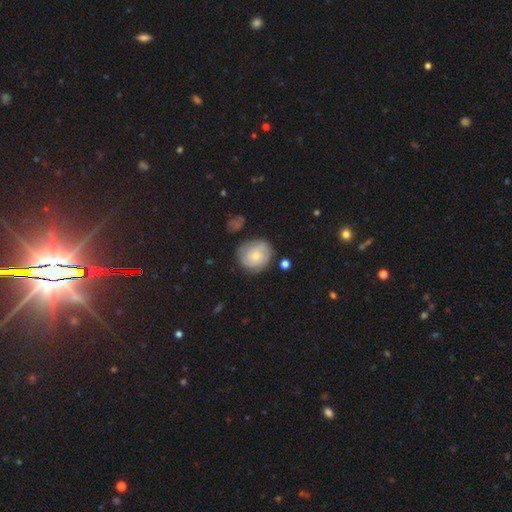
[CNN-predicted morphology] A smooth galaxy with no disk features (50%). Merging: none (73%).